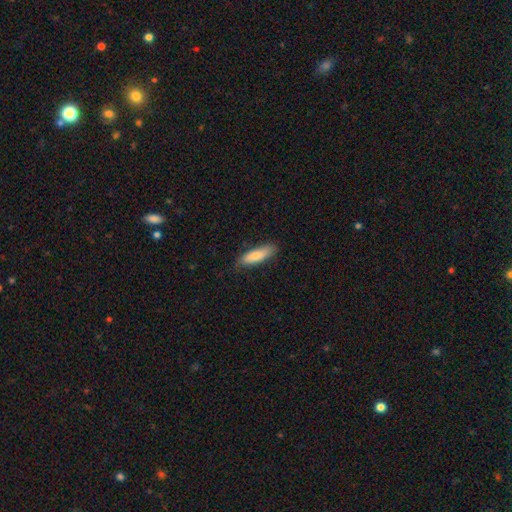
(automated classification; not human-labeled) Smooth or featured? Predicted: smooth (p=0.79). How rounded? Predicted: cigar-shaped (p=0.56). Merging? Predicted: none (p=0.81).